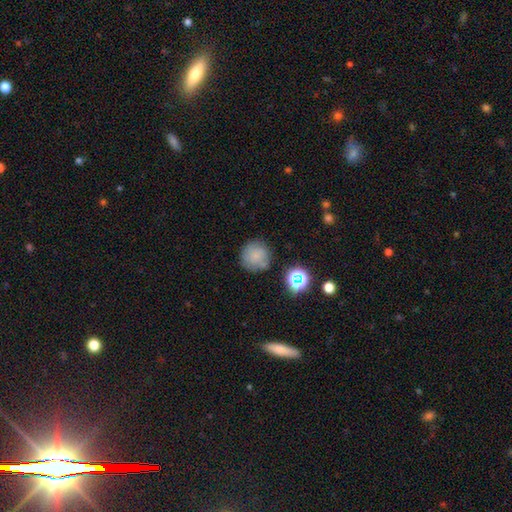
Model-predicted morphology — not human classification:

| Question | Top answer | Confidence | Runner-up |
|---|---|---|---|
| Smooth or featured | smooth | 75% | star or artifact (13%) |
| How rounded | round | 94% | in between (5%) |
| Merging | none | 75% | minor disturbance (13%) |